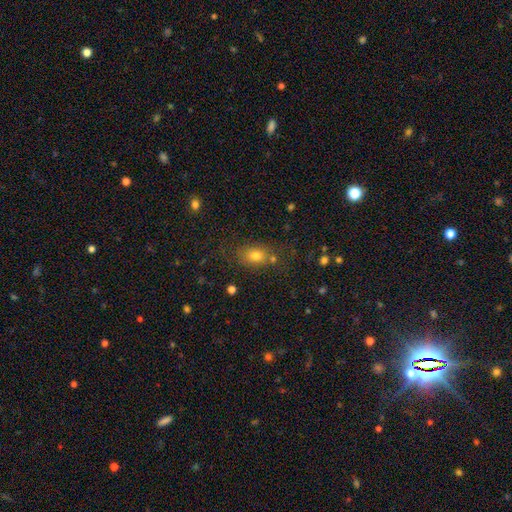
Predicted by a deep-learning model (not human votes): smooth_or_featured: smooth (p=0.74) [alt: star or artifact p=0.14]
how_rounded: in between (p=0.69) [alt: round p=0.28]
merging: none (p=0.68) [alt: minor disturbance p=0.15]